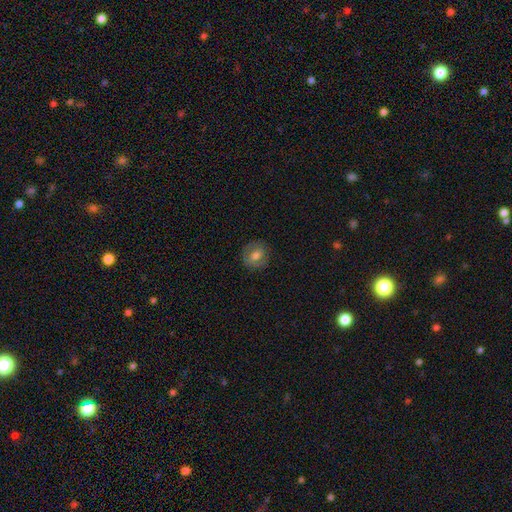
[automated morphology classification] Smooth or featured?
  - smooth: 64% *
  - featured or disk: 27%
  - star or artifact: 9%
How rounded?
  - round: 79% *
  - in between: 20%
  - cigar-shaped: 1%
Merging?
  - none: 83% *
  - minor disturbance: 12%
  - major disturbance: 4%
  - merger: 1%